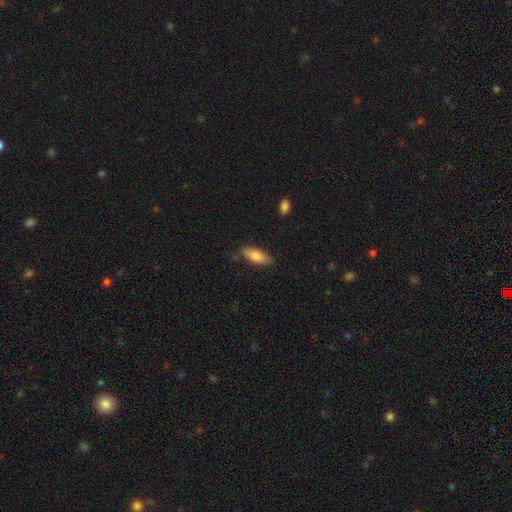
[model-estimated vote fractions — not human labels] smooth_or_featured: smooth (p=0.82) [alt: featured or disk p=0.12]
how_rounded: in between (p=0.74) [alt: cigar-shaped p=0.25]
merging: none (p=0.78) [alt: minor disturbance p=0.17]